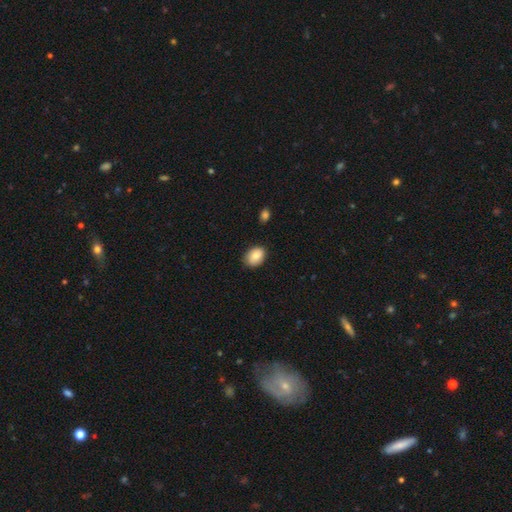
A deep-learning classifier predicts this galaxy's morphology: type=smooth (83%); roundness=in between (75%); merging=none (81%).